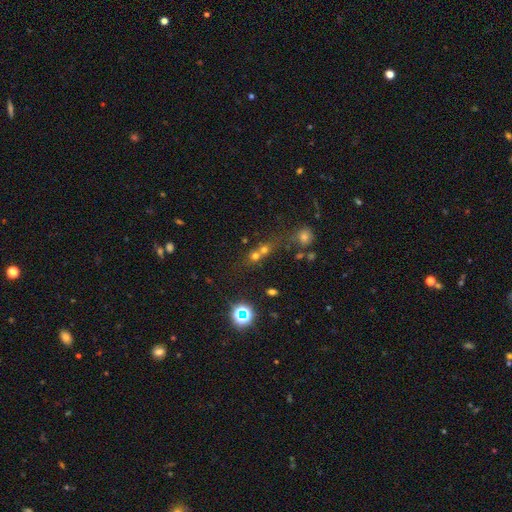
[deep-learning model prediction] Smooth or featured?
  - smooth: 54% *
  - star or artifact: 31%
  - featured or disk: 15%
How rounded?
  - round: 79% *
  - in between: 18%
  - cigar-shaped: 3%
Merging?
  - merger: 48% *
  - none: 39%
  - minor disturbance: 7%
  - major disturbance: 5%